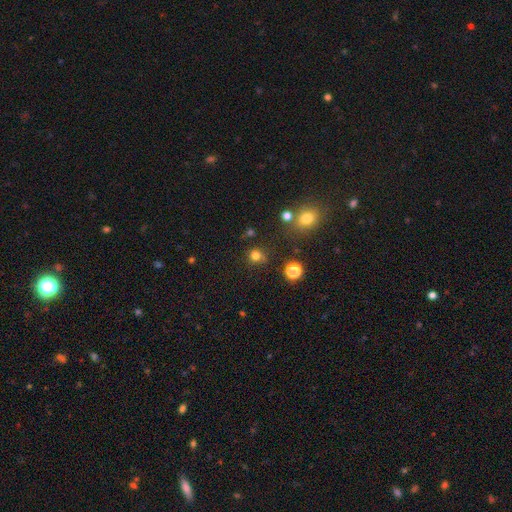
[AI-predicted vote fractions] A smooth galaxy with no disk features (77%) that is round (88%).

Vote fractions:
- Smooth or featured? smooth: 77% / star or artifact: 18% / featured or disk: 5%
- How rounded? round: 88% / in between: 11% / cigar-shaped: 1%
- Merging? none: 78% / minor disturbance: 12% / merger: 6% / major disturbance: 4%